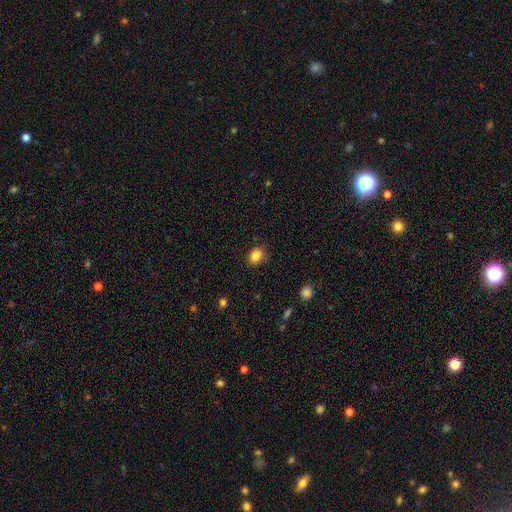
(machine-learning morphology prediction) Q: Smooth or featured?
A: smooth (86%); runner-up: star or artifact (10%)
Q: How rounded?
A: in between (52%); runner-up: round (47%)
Q: Merging?
A: none (78%); runner-up: minor disturbance (16%)